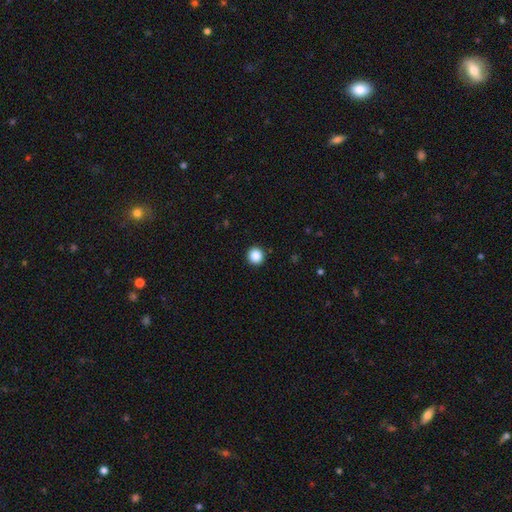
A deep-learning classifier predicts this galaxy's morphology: This appears to be a smooth galaxy with no disk features (87%) that is round (95%). Merging: none (93%).